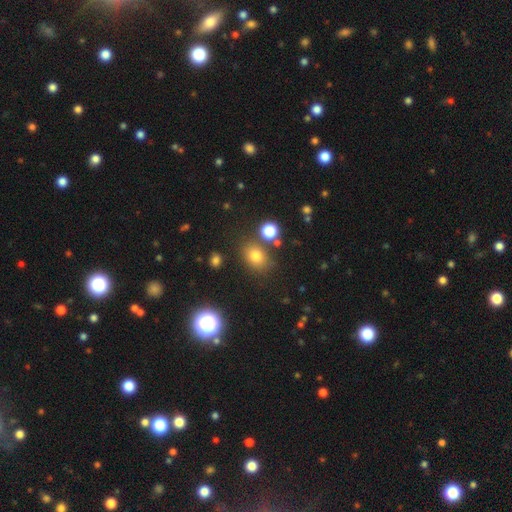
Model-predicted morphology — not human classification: smooth_or_featured: smooth (p=0.74) [alt: star or artifact p=0.17]
how_rounded: in between (p=0.55) [alt: round p=0.43]
merging: none (p=0.75) [alt: minor disturbance p=0.12]